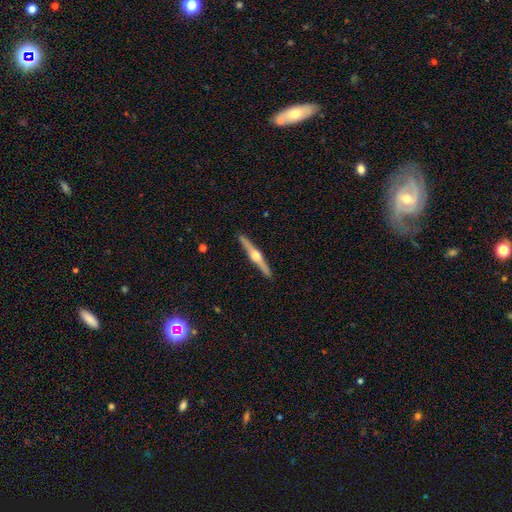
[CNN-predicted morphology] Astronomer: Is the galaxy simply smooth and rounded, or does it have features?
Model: featured or disk — 79%.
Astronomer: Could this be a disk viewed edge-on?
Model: yes — 98%.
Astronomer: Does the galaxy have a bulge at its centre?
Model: rounded — 94%.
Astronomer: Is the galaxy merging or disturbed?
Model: none — 92%.